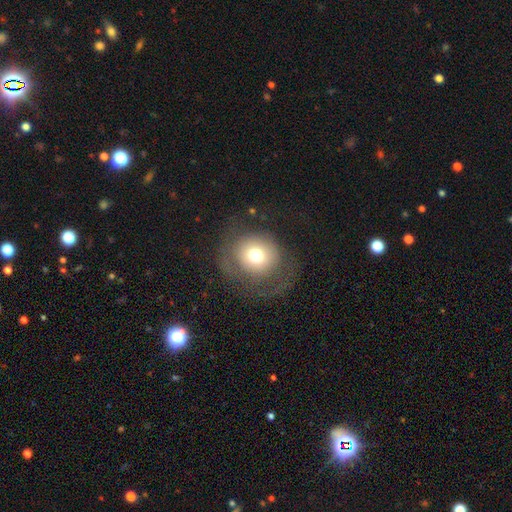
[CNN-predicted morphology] Smooth or featured?
  - smooth: 66% *
  - featured or disk: 22%
  - star or artifact: 12%
How rounded?
  - round: 88% *
  - in between: 11%
  - cigar-shaped: 1%
Merging?
  - none: 60% *
  - major disturbance: 22%
  - minor disturbance: 17%
  - merger: 1%